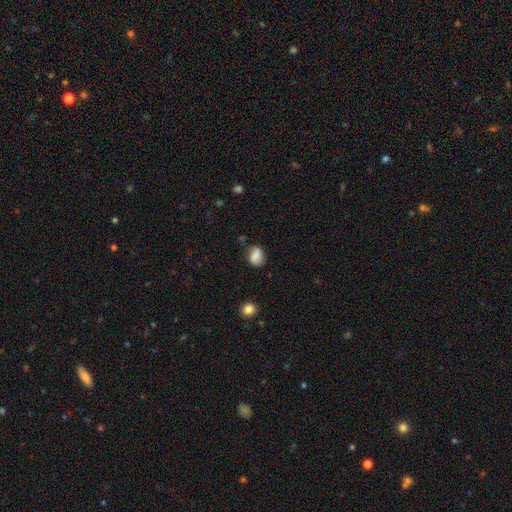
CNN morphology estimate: A smooth galaxy with no disk features (71%) that is in between round and cigar-shaped (63%).

Vote fractions:
- Smooth or featured? smooth: 71% / featured or disk: 19% / star or artifact: 10%
- How rounded? in between: 63% / round: 35% / cigar-shaped: 2%
- Merging? none: 69% / minor disturbance: 21% / major disturbance: 6% / merger: 3%